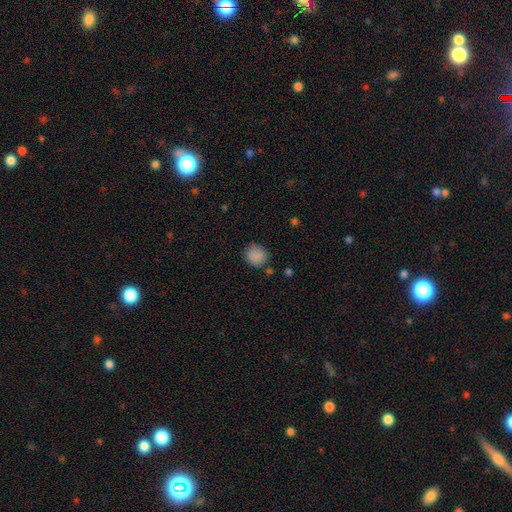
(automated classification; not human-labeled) smooth-or-featured: smooth: 87% | star or artifact: 9% | featured or disk: 4%
  how-rounded: round: 85% | in between: 14% | cigar-shaped: 1%
  merging: none: 79% | minor disturbance: 14% | major disturbance: 3% | merger: 3%